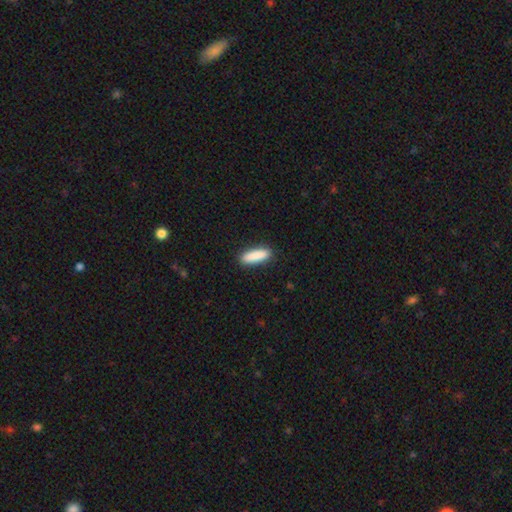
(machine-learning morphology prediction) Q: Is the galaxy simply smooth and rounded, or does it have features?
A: smooth — 89%.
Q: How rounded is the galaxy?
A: cigar-shaped — 58%.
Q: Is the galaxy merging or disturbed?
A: none — 89%.